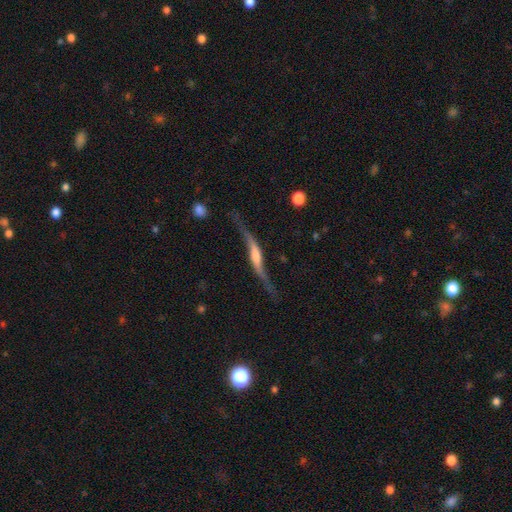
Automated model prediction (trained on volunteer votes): smooth-or-featured: featured or disk: 81% | smooth: 14% | star or artifact: 6%
  disk-edge-on: yes: 62% | no: 38%
  merging: none: 55% | minor disturbance: 23% | major disturbance: 17% | merger: 5%